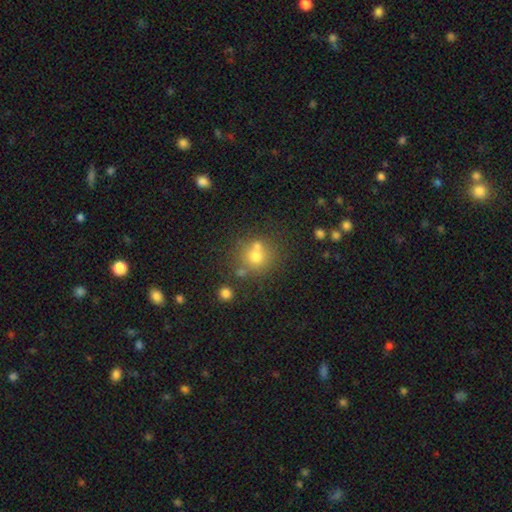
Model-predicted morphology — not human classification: smooth_or_featured: smooth (p=0.69) [alt: star or artifact p=0.16]
how_rounded: round (p=0.89) [alt: in between p=0.10]
merging: none (p=0.61) [alt: merger p=0.26]